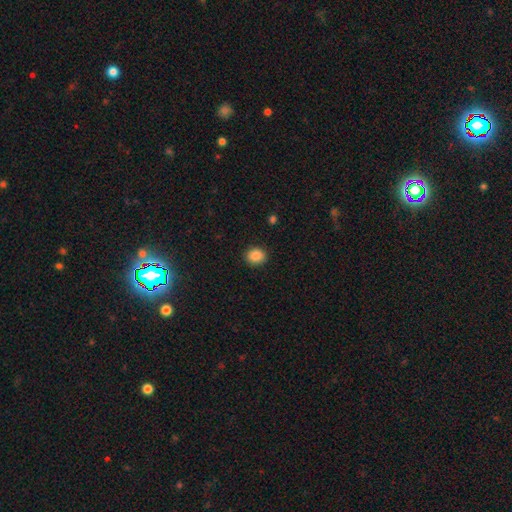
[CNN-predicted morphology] Smooth or featured? smooth (87%)
How rounded? round (72%)
Merging? none (90%)